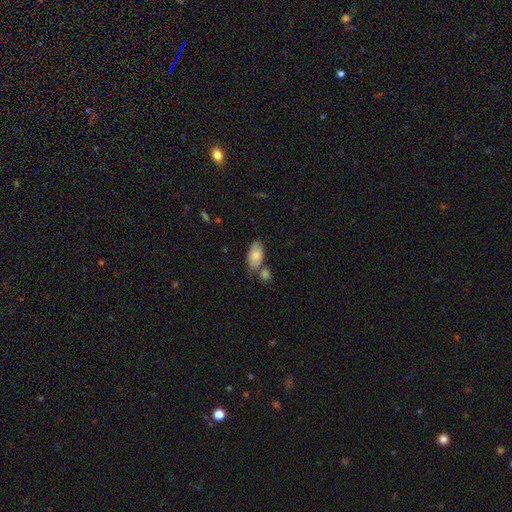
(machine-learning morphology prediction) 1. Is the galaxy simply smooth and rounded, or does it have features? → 76% smooth, 18% featured or disk, 6% star or artifact.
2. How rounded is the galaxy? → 93% in between, 4% round, 3% cigar-shaped.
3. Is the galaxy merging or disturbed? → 56% none, 20% merger, 19% minor disturbance, 5% major disturbance.